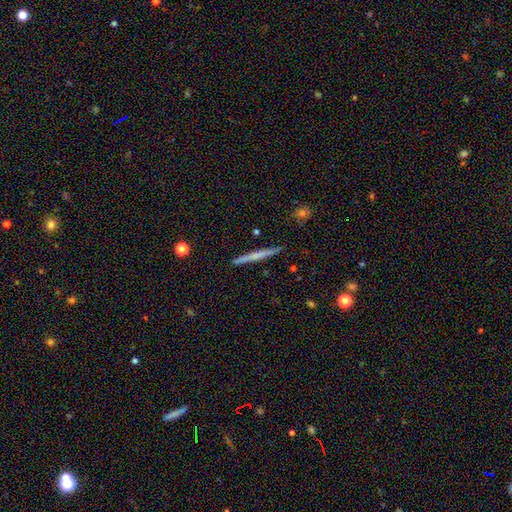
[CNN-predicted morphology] Overall: smooth (55%; featured or disk 39%). How rounded: cigar-shaped (96%). Merging: none (91%).